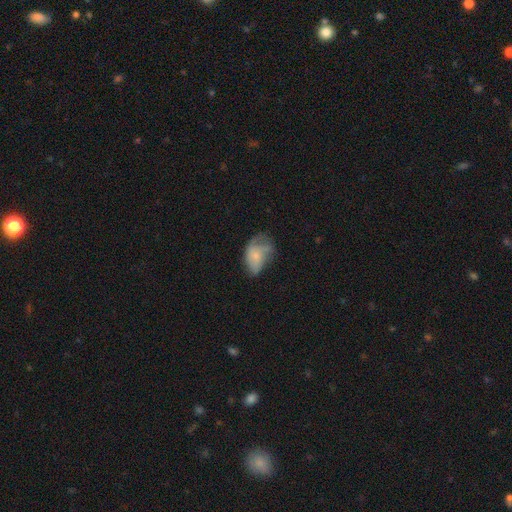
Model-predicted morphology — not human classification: smooth-or-featured: smooth: 55% | featured or disk: 37% | star or artifact: 9%
  how-rounded: in between: 86% | round: 13% | cigar-shaped: 2%
  merging: minor disturbance: 33% (tied) | major disturbance: 33% (tied) | none: 31% | merger: 3%